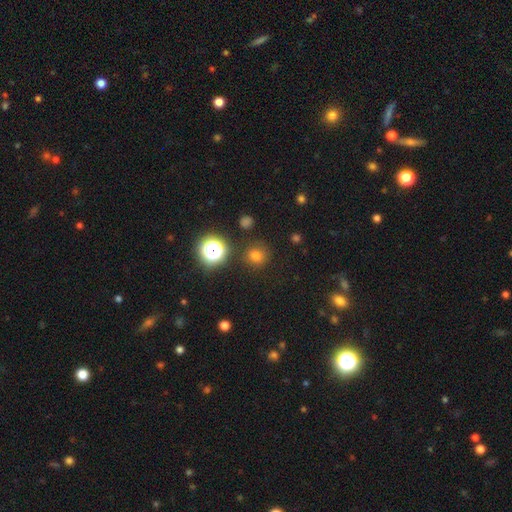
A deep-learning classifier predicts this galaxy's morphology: This appears to be a smooth galaxy with no disk features (72%) that is round (90%). Merging: none (85%).